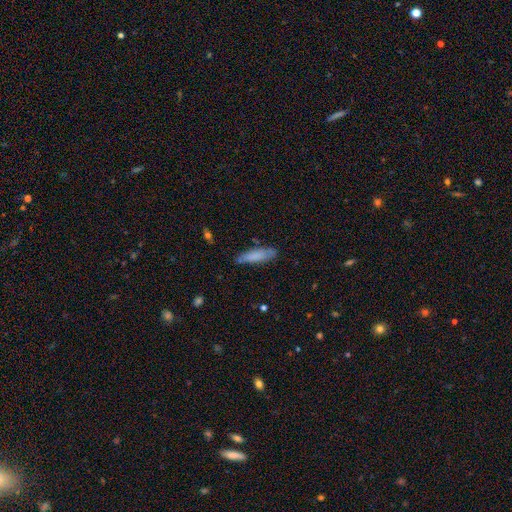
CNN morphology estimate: Q: Smooth or featured?
A: smooth (80%); runner-up: featured or disk (13%)
Q: How rounded?
A: cigar-shaped (66%); runner-up: in between (33%)
Q: Merging?
A: none (78%); runner-up: minor disturbance (17%)